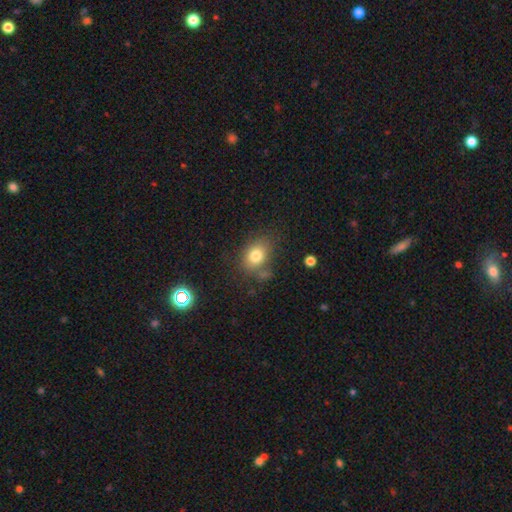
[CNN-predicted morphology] A smooth galaxy with no disk features (78%) that is in between round and cigar-shaped (58%).

Vote fractions:
- Smooth or featured? smooth: 78% / star or artifact: 11% / featured or disk: 11%
- How rounded? in between: 58% / round: 40% / cigar-shaped: 1%
- Merging? none: 63% / minor disturbance: 21% / major disturbance: 9% / merger: 7%